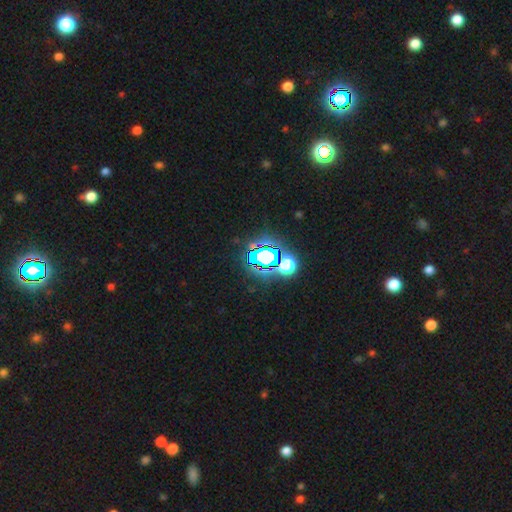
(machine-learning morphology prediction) The model was most divided on "smooth or featured": star or artifact: 80%, smooth: 12%, featured or disk: 7%.